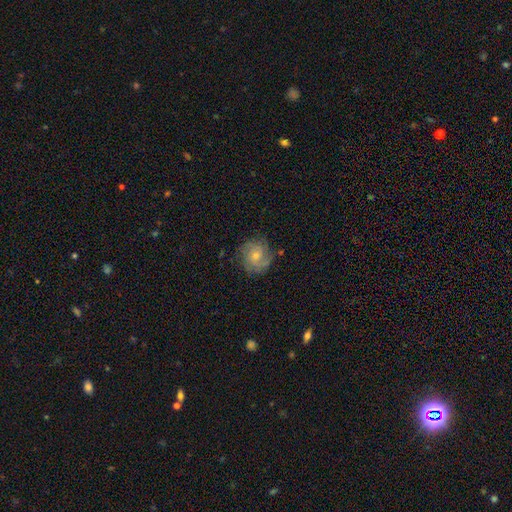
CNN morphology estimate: Overall: featured or disk (66%). Edge-on disk: no (97%). Bar: no (70%). Spiral arms: yes (91%). Spiral arm count: can't tell (31%; 2 26%). Spiral winding: tight (52%; medium 37%). Bulge size: small (50%; moderate 45%). Merging: none (79%).